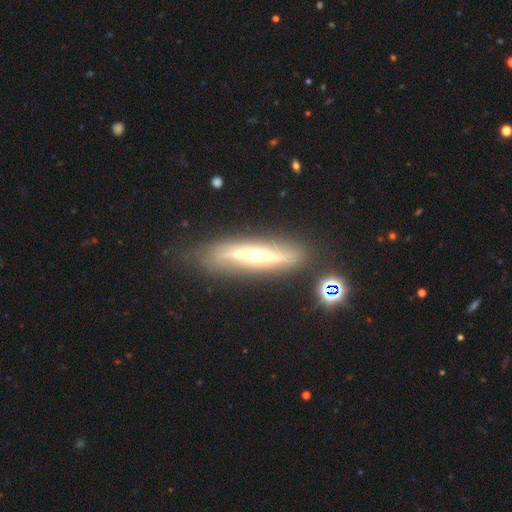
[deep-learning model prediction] The model was most divided on "edge-on disk": yes: 71%, no: 29%. More confident: edge-on bulge — rounded (89%); merging — none (74%); smooth or featured — featured or disk (73%).